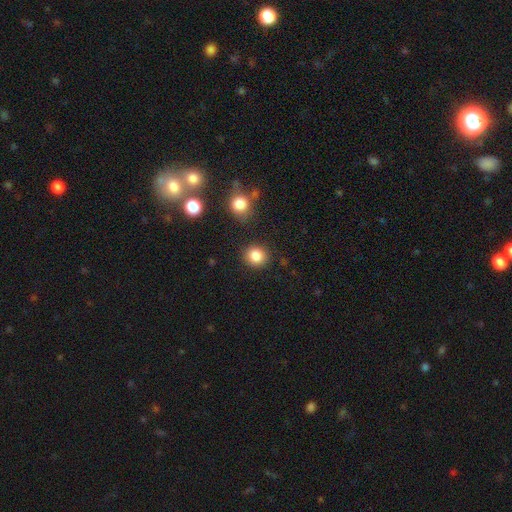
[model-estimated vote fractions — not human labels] Overall: smooth (86%). How rounded: round (85%). Merging: none (87%).